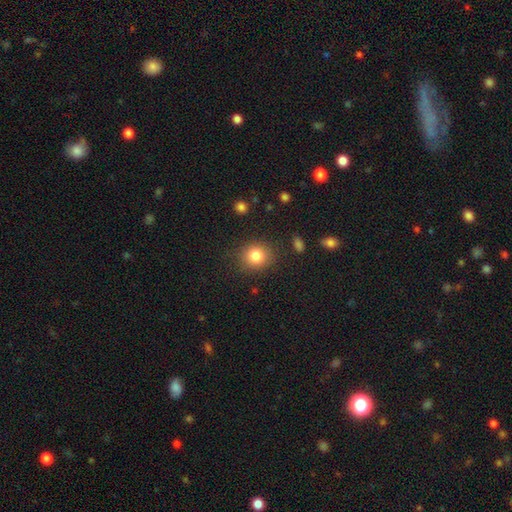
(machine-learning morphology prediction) The model was most divided on "how rounded": round: 82%, in between: 17%, cigar-shaped: 1%. More confident: merging — none (86%); smooth or featured — smooth (82%).